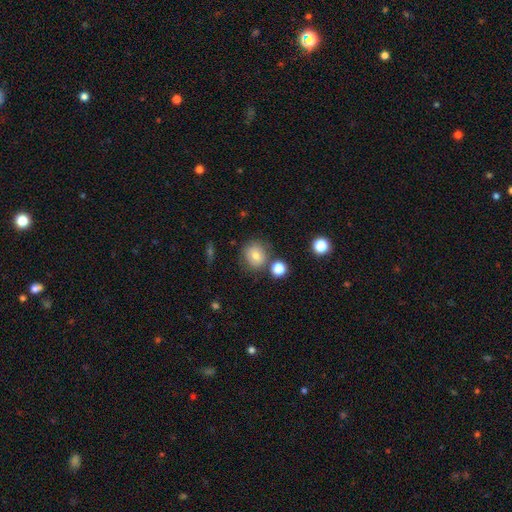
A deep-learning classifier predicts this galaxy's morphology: Smooth or featured: smooth — 75% (featured or disk — 13%)
How rounded: round — 81% (in between — 18%)
Merging: none — 71% (minor disturbance — 14%)